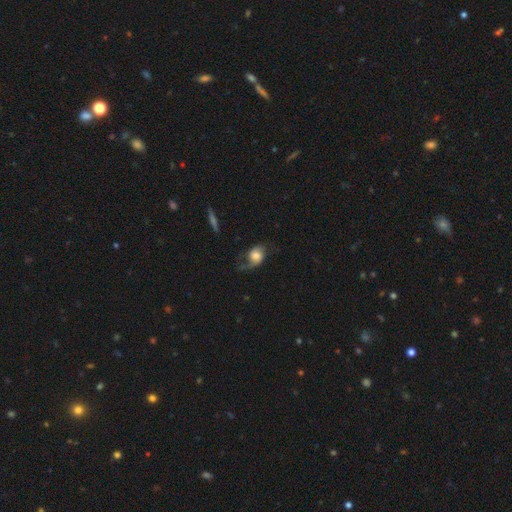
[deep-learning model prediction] Morphology: type=featured or disk (46%, tied with smooth); merging=none (42%).